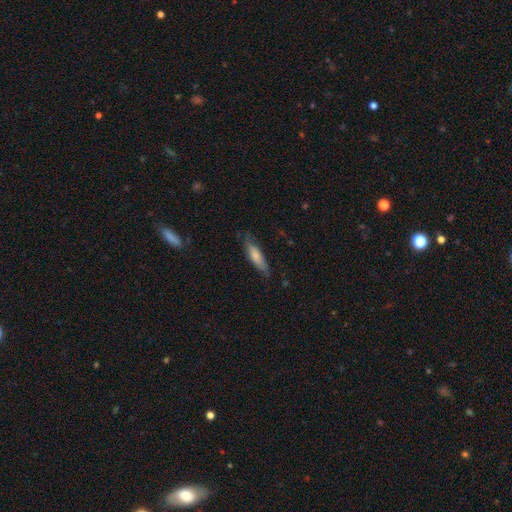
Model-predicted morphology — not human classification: This appears to be a smooth galaxy with no disk features (73%) that is cigar-shaped (61%). Merging: none (73%).